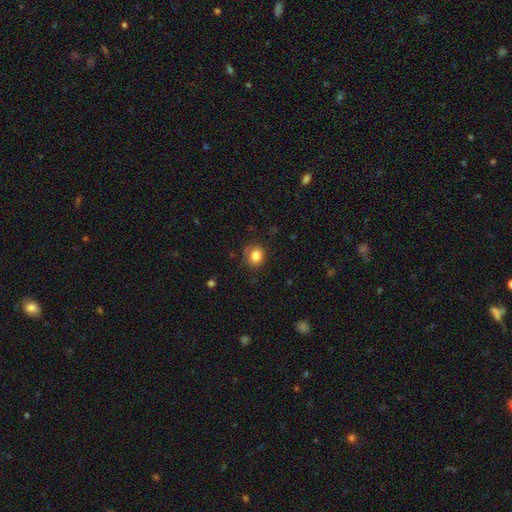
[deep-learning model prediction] The model was most divided on "how rounded": round: 70%, in between: 29%, cigar-shaped: 1%. More confident: smooth or featured — smooth (82%); merging — none (73%).